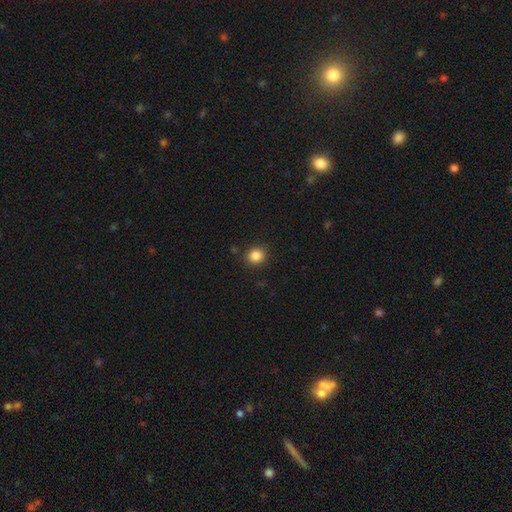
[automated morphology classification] This appears to be a smooth galaxy with no disk features (86%) that is round (84%). Merging: none (89%).